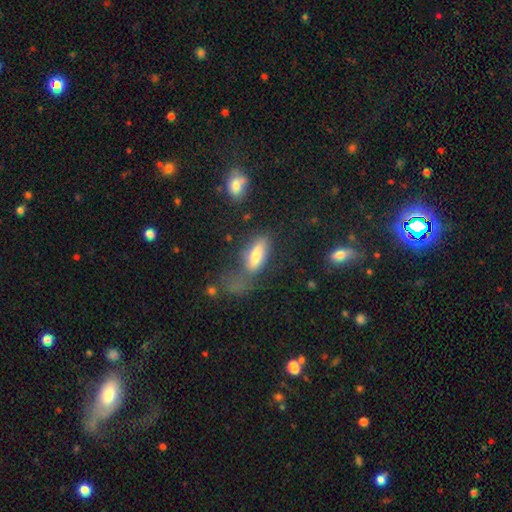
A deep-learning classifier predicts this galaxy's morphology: Overall: smooth (71%). How rounded: in between (73%). Merging: major disturbance (36%; none 32%).